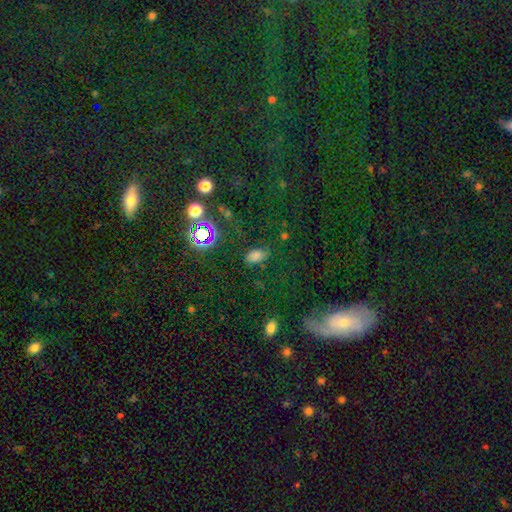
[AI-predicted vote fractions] Smooth or featured?
  - smooth: 66% *
  - star or artifact: 26%
  - featured or disk: 8%
How rounded?
  - in between: 89% *
  - round: 8%
  - cigar-shaped: 3%
Merging?
  - none: 74% *
  - minor disturbance: 16%
  - major disturbance: 7%
  - merger: 3%